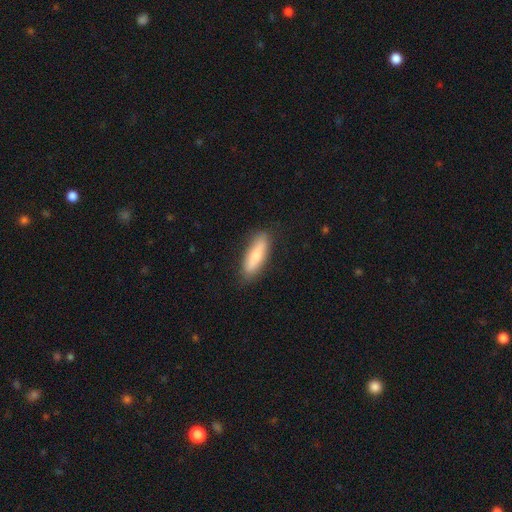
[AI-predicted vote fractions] smooth-or-featured: smooth: 70% | featured or disk: 24% | star or artifact: 6%
  how-rounded: cigar-shaped: 53% | in between: 45% | round: 2%
  merging: none: 85% | minor disturbance: 12% | major disturbance: 3% | merger: 1%